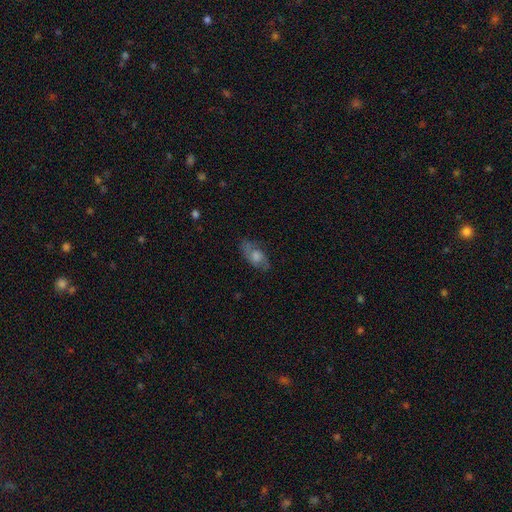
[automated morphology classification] A featured or disk galaxy (57%). Merging: none (74%).